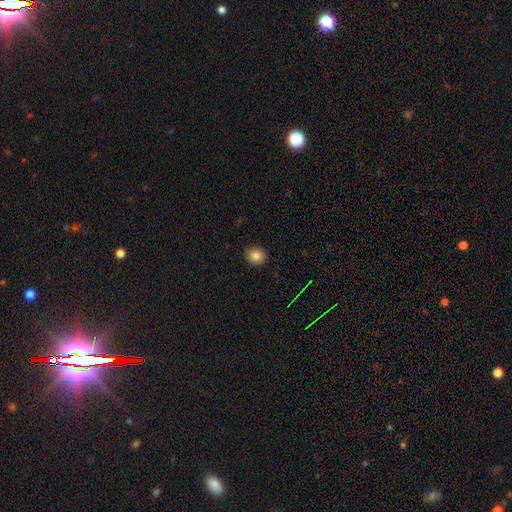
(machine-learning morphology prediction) smooth 84%, star or artifact 11%, featured or disk 5%. Down the decision tree: how rounded — round (87%); merging — none (91%).